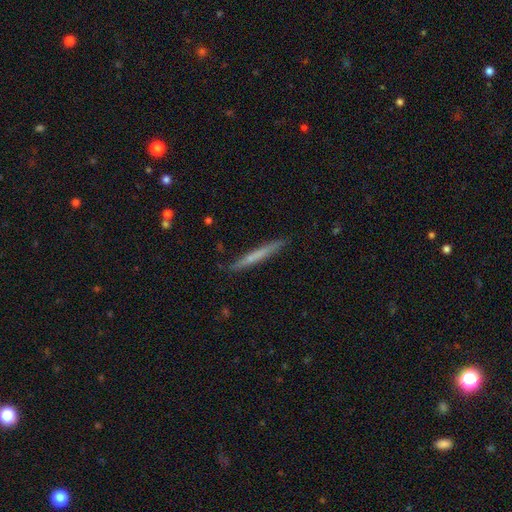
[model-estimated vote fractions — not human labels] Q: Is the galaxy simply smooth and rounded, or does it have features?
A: smooth — 57%.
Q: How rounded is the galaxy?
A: cigar-shaped — 97%.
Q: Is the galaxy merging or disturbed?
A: none — 88%.